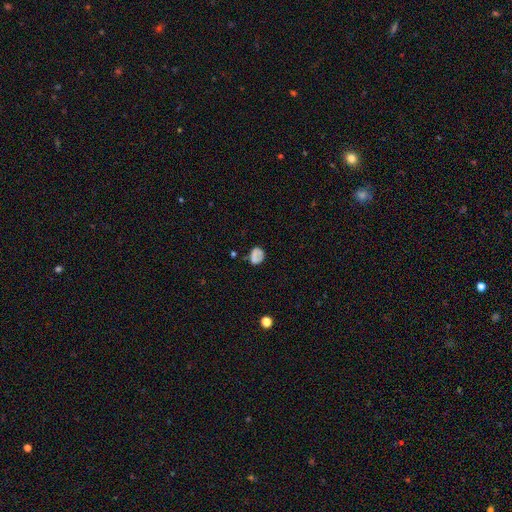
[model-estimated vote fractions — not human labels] Overall: smooth (68%). How rounded: round (54%; in between 45%). Merging: none (62%).